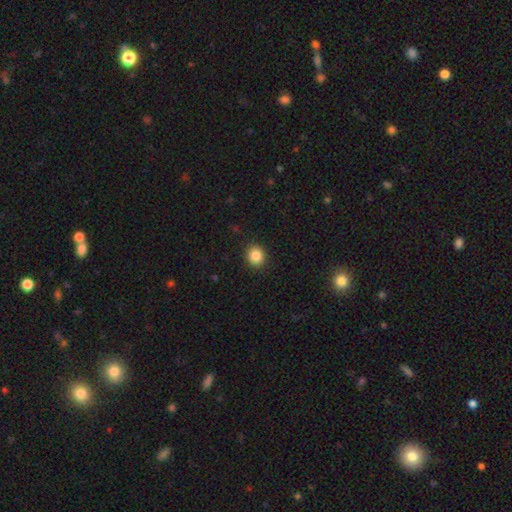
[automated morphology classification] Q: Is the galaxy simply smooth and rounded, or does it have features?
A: smooth — 86%.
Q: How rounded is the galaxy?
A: round — 78%.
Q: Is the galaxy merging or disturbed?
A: none — 91%.